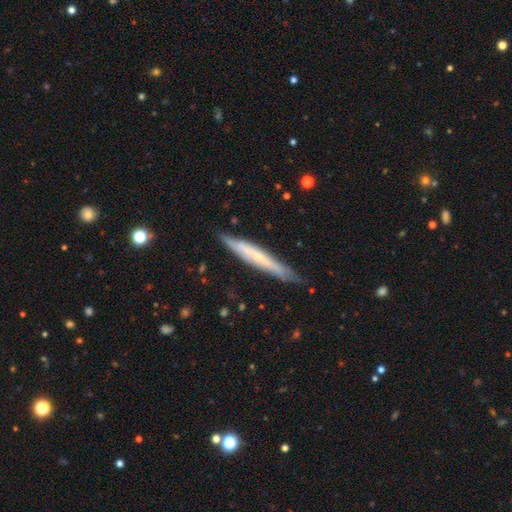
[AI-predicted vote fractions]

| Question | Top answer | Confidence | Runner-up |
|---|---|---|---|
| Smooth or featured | featured or disk | 54% | smooth (40%) |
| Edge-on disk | yes | 86% | no (14%) |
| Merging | none | 83% | minor disturbance (13%) |